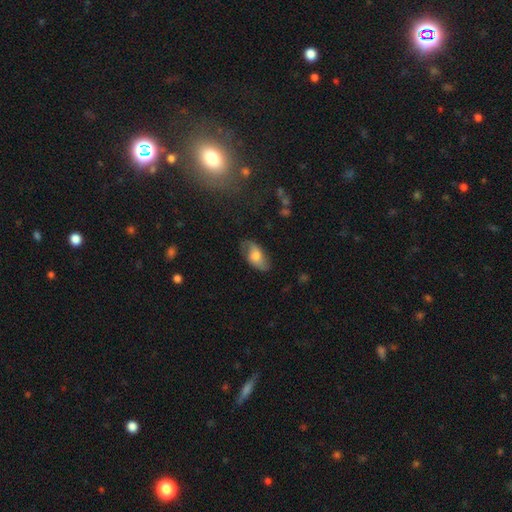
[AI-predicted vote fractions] A smooth galaxy with no disk features (52%) that is in between round and cigar-shaped (91%).

Vote fractions:
- Smooth or featured? smooth: 52% / featured or disk: 40% / star or artifact: 7%
- How rounded? in between: 91% / cigar-shaped: 5% / round: 4%
- Merging? none: 68% / minor disturbance: 23% / major disturbance: 8% / merger: 2%